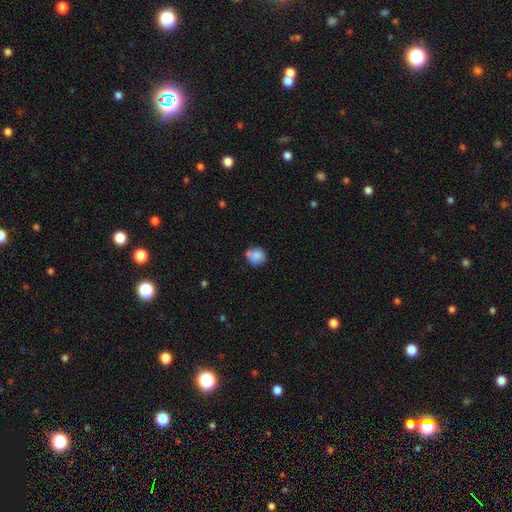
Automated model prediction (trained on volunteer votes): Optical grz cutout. It shows a smooth galaxy with no disk features (81%) that is round (73%). Merging: none (58%).